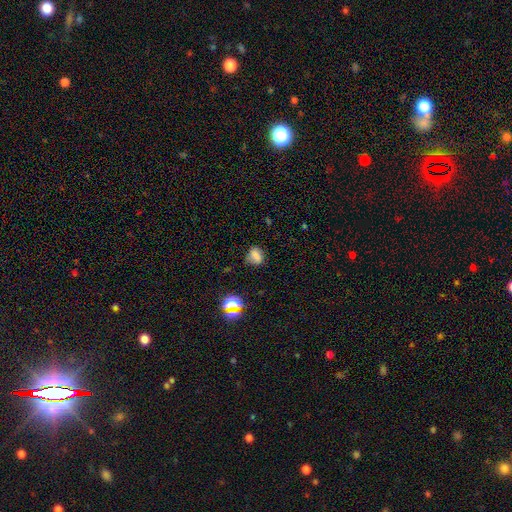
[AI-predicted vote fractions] Q: Smooth or featured?
A: smooth (71%); runner-up: star or artifact (17%)
Q: How rounded?
A: in between (54%); runner-up: round (44%)
Q: Merging?
A: none (71%); runner-up: minor disturbance (20%)